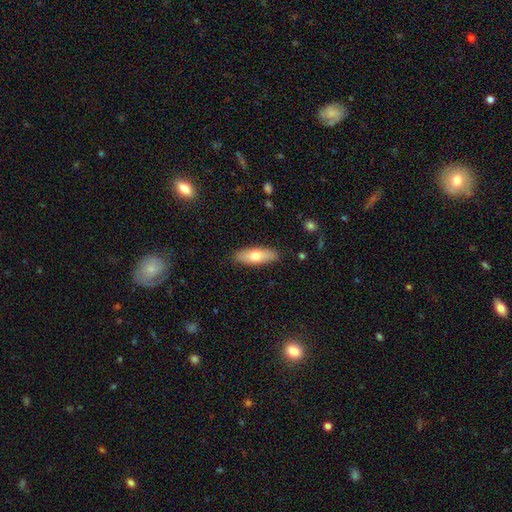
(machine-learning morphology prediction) Smooth or featured?
  - smooth: 67% *
  - featured or disk: 27%
  - star or artifact: 6%
How rounded?
  - in between: 63% *
  - cigar-shaped: 34%
  - round: 2%
Merging?
  - none: 88% *
  - minor disturbance: 9%
  - major disturbance: 2%
  - merger: 1%